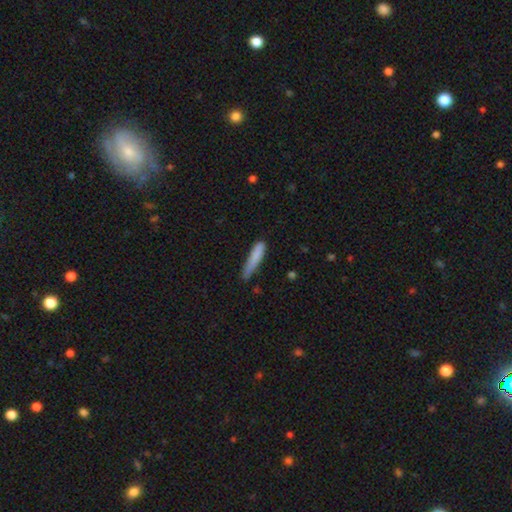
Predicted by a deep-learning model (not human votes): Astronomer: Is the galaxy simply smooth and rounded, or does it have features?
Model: smooth — 81%.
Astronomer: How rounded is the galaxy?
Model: cigar-shaped — 87%.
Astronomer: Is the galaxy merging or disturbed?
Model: none — 55% (runner-up: minor disturbance, 34%).